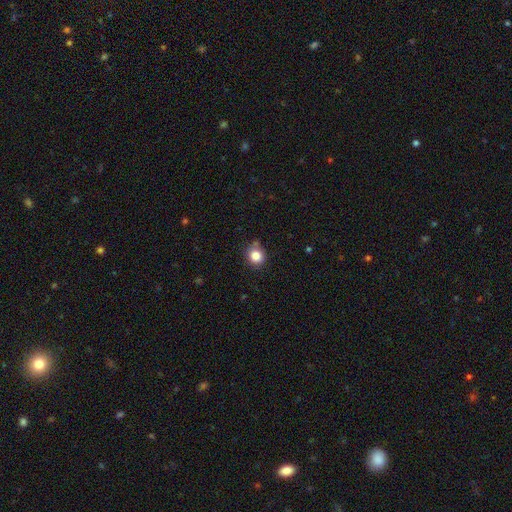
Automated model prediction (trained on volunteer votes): A smooth galaxy with no disk features (83%) that is round (84%).

Vote fractions:
- Smooth or featured? smooth: 83% / star or artifact: 11% / featured or disk: 6%
- How rounded? round: 84% / in between: 15% / cigar-shaped: 1%
- Merging? none: 75% / minor disturbance: 16% / merger: 5% / major disturbance: 4%